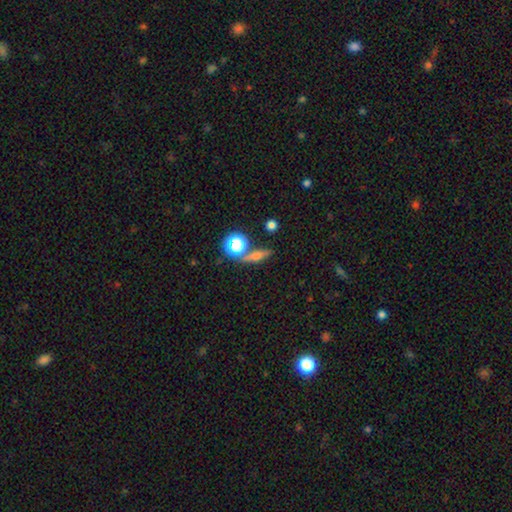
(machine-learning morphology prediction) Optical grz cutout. It shows a smooth galaxy with no disk features (44%). Merging: none (75%).